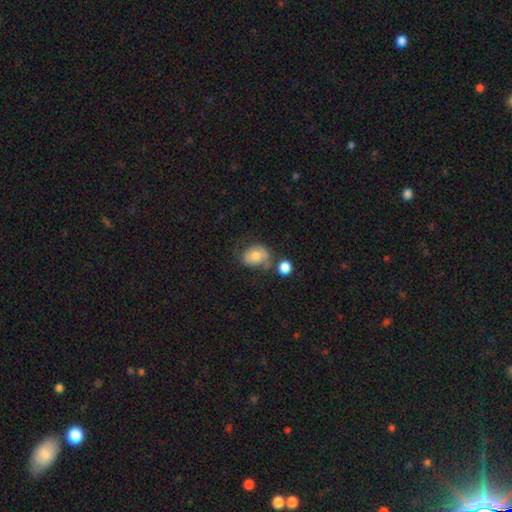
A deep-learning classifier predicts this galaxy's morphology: type=smooth (63%); roundness=in between (54%); merging=none (45%).